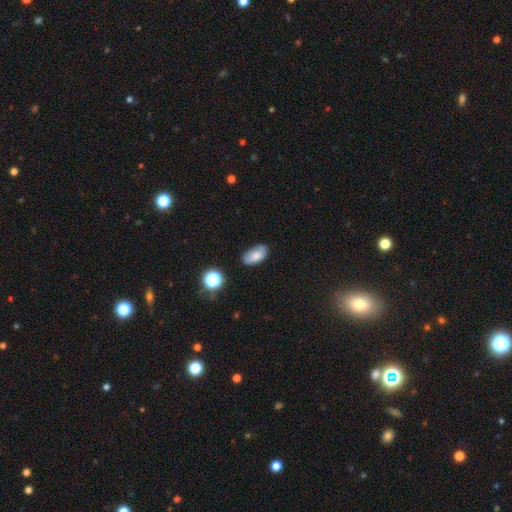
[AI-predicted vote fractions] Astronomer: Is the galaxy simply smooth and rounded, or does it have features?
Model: smooth — 79%.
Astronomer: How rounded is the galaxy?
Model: in between — 93%.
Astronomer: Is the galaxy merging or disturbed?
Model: none — 72%.